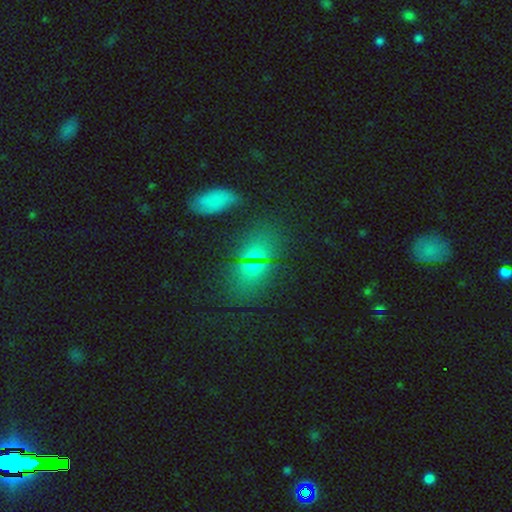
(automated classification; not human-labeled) Smooth or featured? star or artifact (44%)